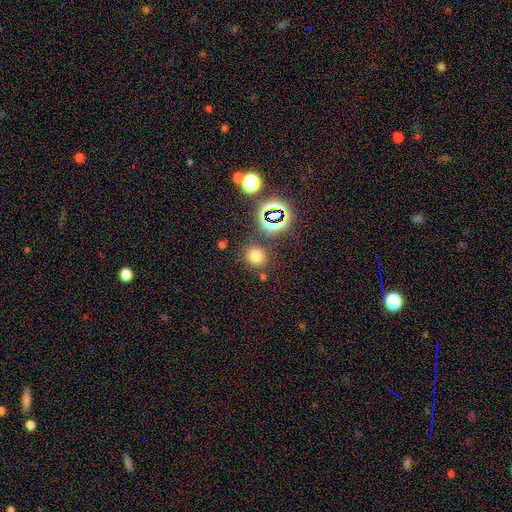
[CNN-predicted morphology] Smooth or featured? smooth (69%)
How rounded? round (86%)
Merging? none (81%)